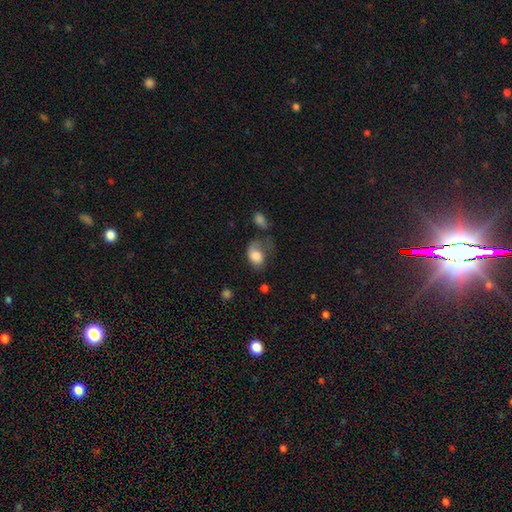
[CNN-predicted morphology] smooth-or-featured: smooth: 72% | featured or disk: 21% | star or artifact: 8%
  how-rounded: in between: 76% | round: 23% | cigar-shaped: 1%
  merging: major disturbance: 44% | minor disturbance: 25% | none: 23% | merger: 8%